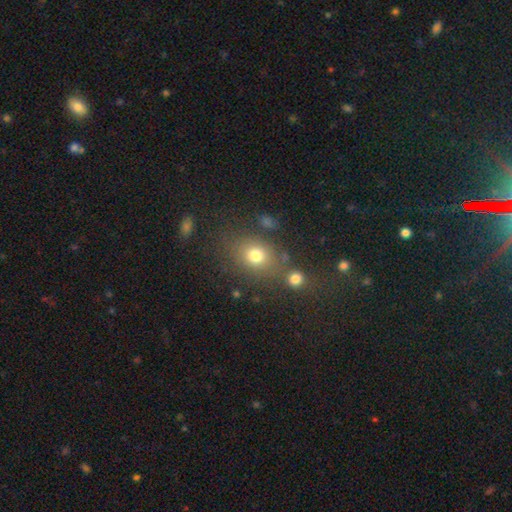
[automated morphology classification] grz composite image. It shows a smooth galaxy with no disk features (74%) that is round (55%). Merging: none (69%).